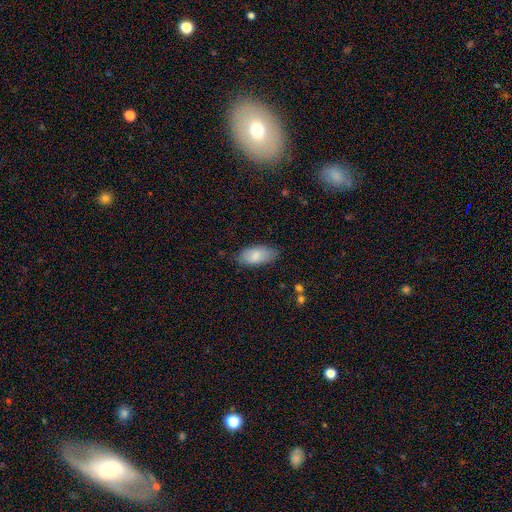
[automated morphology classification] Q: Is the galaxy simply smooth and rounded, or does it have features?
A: smooth — 84%.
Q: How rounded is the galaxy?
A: in between — 90%.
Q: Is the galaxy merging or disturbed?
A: none — 79%.